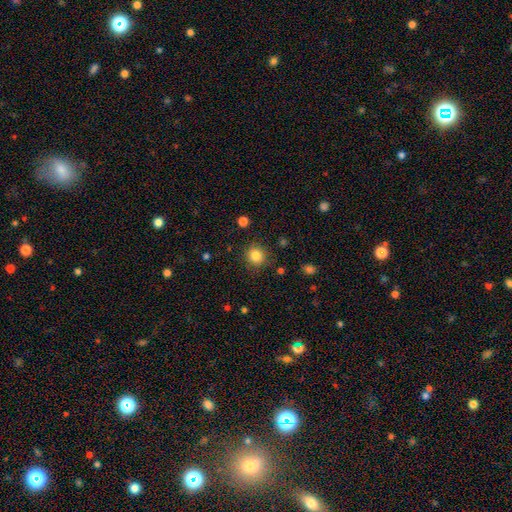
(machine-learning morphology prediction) Smooth or featured? Predicted: smooth (p=0.84). How rounded? Predicted: round (p=0.90). Merging? Predicted: none (p=0.87).